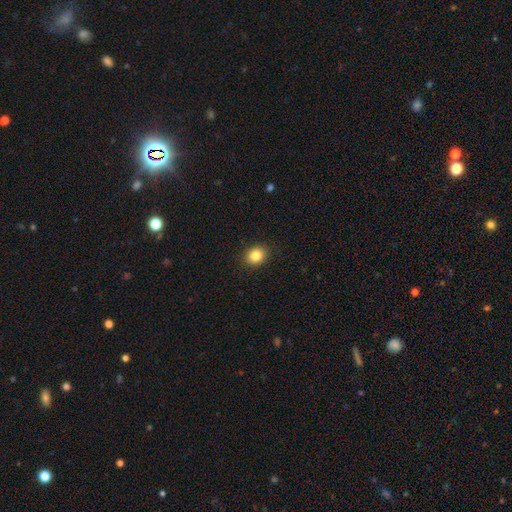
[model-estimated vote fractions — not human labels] Overall: smooth (84%). How rounded: round (60%; in between 39%). Merging: none (90%).